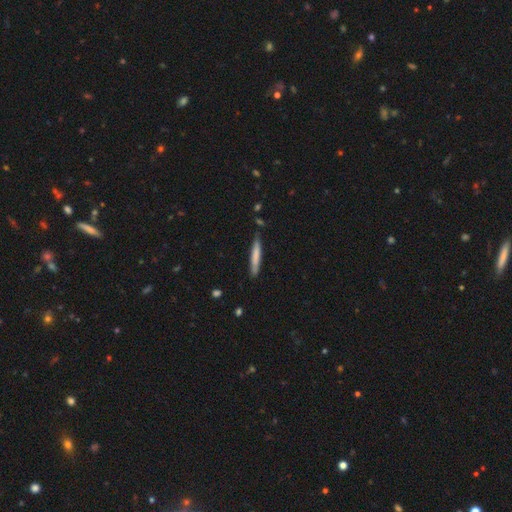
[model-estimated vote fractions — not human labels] Smooth or featured?
  - smooth: 72% *
  - featured or disk: 23%
  - star or artifact: 5%
How rounded?
  - cigar-shaped: 94% *
  - in between: 5%
  - round: 1%
Merging?
  - none: 80% *
  - minor disturbance: 15%
  - merger: 3%
  - major disturbance: 2%